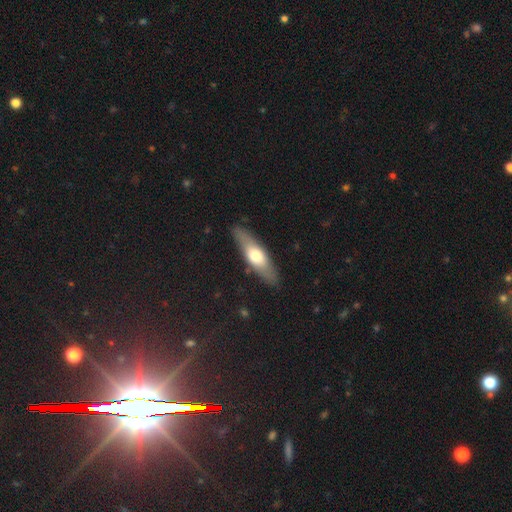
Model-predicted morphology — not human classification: type=smooth (53%); roundness=cigar-shaped (59%); merging=none (85%).